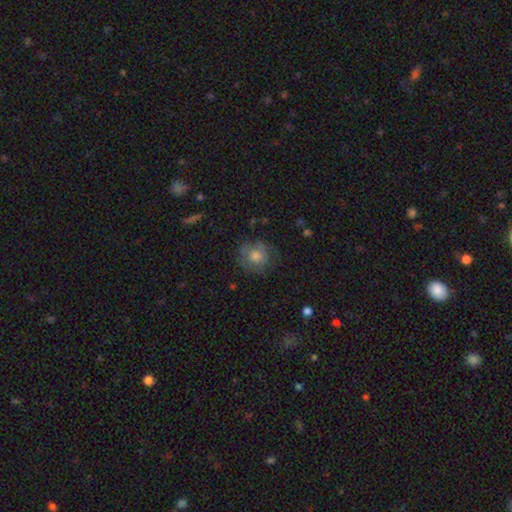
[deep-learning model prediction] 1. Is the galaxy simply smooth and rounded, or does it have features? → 62% smooth, 26% featured or disk, 11% star or artifact.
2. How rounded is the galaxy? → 88% round, 11% in between, 1% cigar-shaped.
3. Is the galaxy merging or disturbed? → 74% none, 17% minor disturbance, 7% major disturbance, 1% merger.